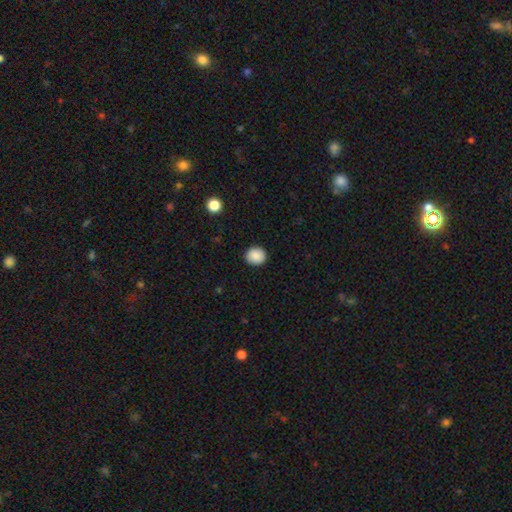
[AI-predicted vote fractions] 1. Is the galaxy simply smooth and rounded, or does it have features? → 88% smooth, 8% star or artifact, 4% featured or disk.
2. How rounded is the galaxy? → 82% round, 17% in between, 1% cigar-shaped.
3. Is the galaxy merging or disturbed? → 91% none, 6% minor disturbance, 2% major disturbance, 1% merger.